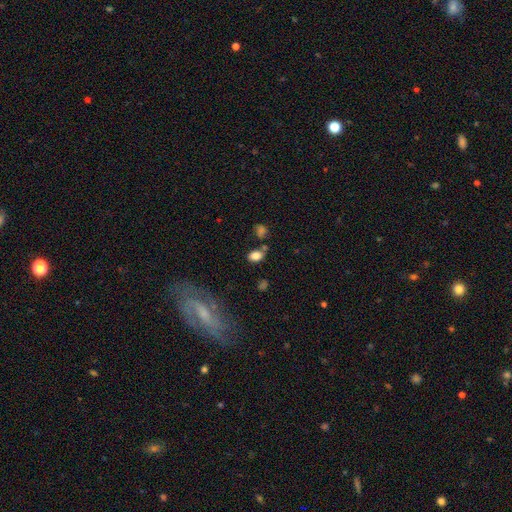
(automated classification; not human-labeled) Q: Smooth or featured?
A: smooth (81%); runner-up: star or artifact (11%)
Q: How rounded?
A: in between (83%); runner-up: round (15%)
Q: Merging?
A: none (69%); runner-up: minor disturbance (15%)